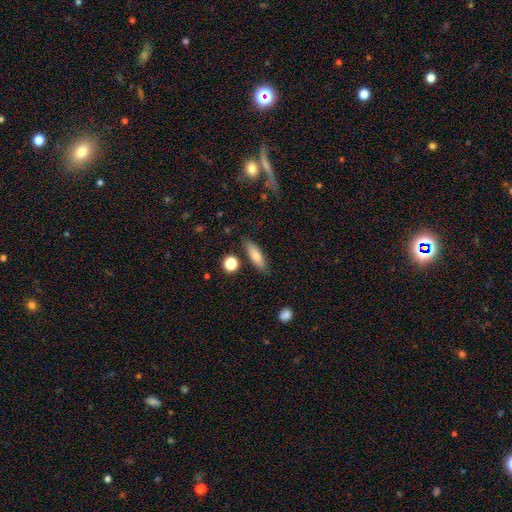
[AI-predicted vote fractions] Smooth or featured? Predicted: smooth (p=0.76). How rounded? Predicted: cigar-shaped (p=0.53). Merging? Predicted: none (p=0.82).